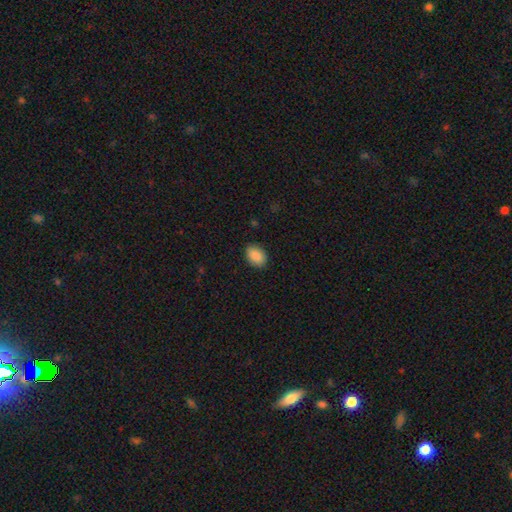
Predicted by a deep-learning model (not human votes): This is clearly a smooth galaxy (89%). How rounded: clearly in between (80%). Merging: clearly none (87%).